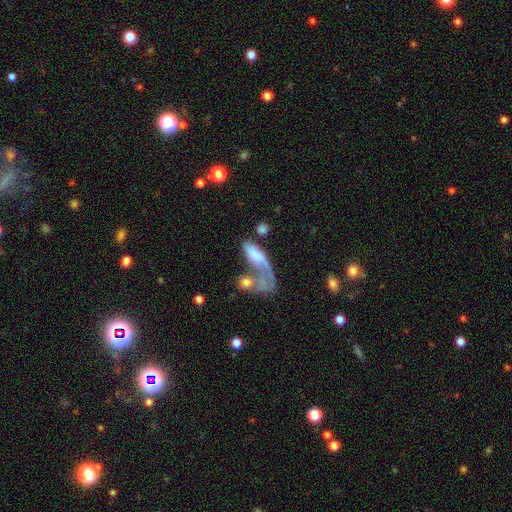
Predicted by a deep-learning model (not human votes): This appears to be a smooth galaxy with no disk features (53%) that is in between round and cigar-shaped (71%). Merging: merger (43%).